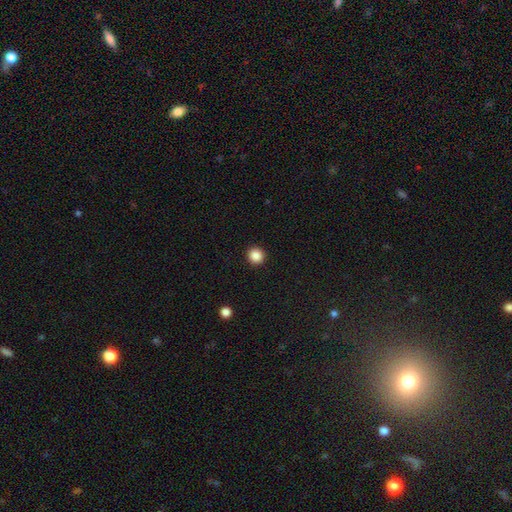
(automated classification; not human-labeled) The model was most divided on "smooth or featured": smooth: 87%, star or artifact: 10%, featured or disk: 3%. More confident: how rounded — round (93%); merging — none (93%).